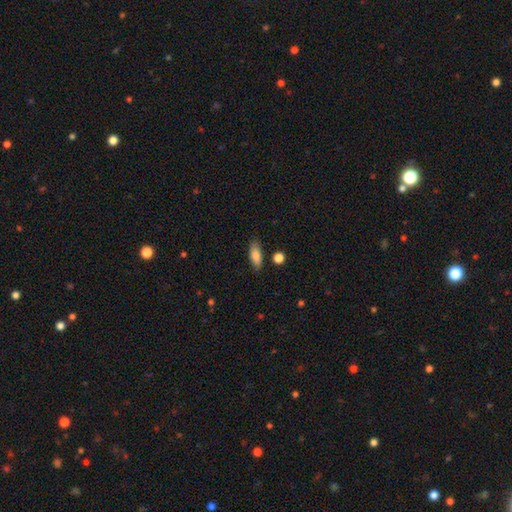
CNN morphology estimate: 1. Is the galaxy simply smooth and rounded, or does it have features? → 82% smooth, 11% featured or disk, 7% star or artifact.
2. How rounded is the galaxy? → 70% in between, 27% cigar-shaped, 3% round.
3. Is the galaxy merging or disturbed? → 82% none, 12% minor disturbance, 3% merger, 3% major disturbance.